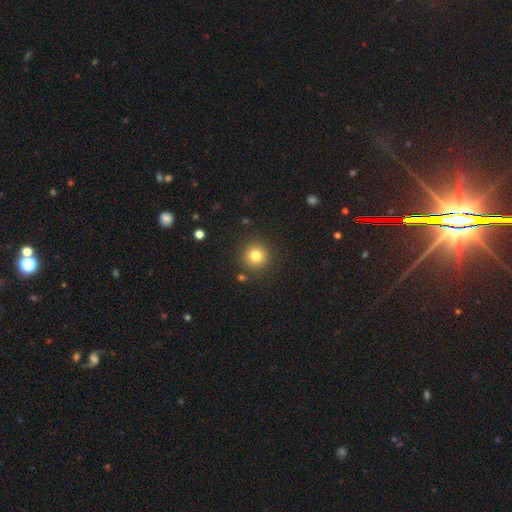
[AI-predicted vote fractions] smooth_or_featured: smooth (p=0.80) [alt: star or artifact p=0.12]
how_rounded: round (p=0.95) [alt: in between p=0.05]
merging: none (p=0.88) [alt: minor disturbance p=0.07]